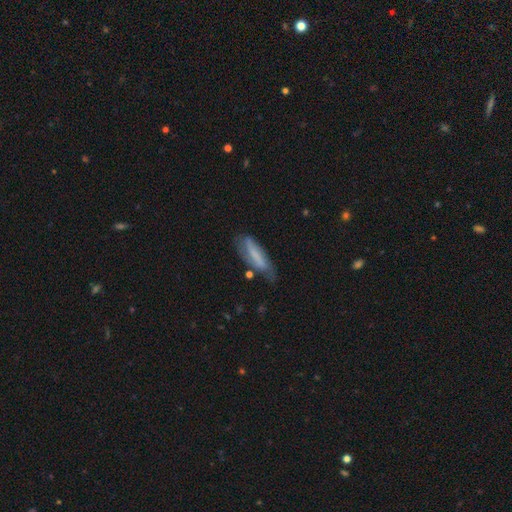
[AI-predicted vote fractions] This appears to be a smooth galaxy with no disk features (51%) that is cigar-shaped (64%). Merging: none (57%).